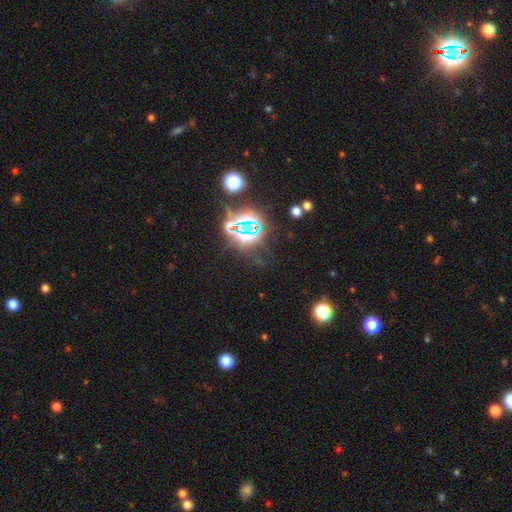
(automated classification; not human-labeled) Smooth or featured? Predicted: star or artifact (p=0.80).